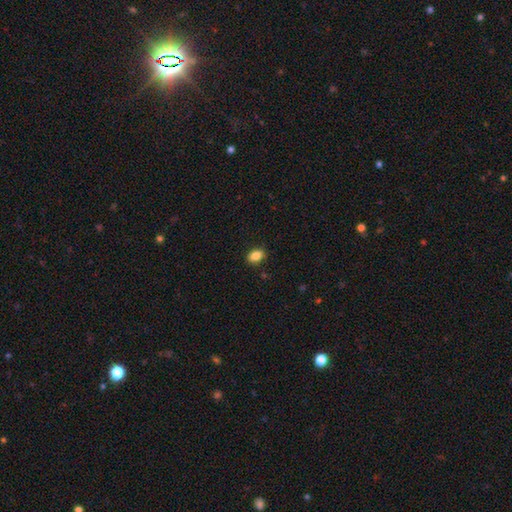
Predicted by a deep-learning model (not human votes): A smooth galaxy with no disk features (86%) that is in between round and cigar-shaped (81%).

Vote fractions:
- Smooth or featured? smooth: 86% / star or artifact: 9% / featured or disk: 5%
- How rounded? in between: 81% / round: 18% / cigar-shaped: 2%
- Merging? none: 88% / minor disturbance: 8% / major disturbance: 2% / merger: 1%